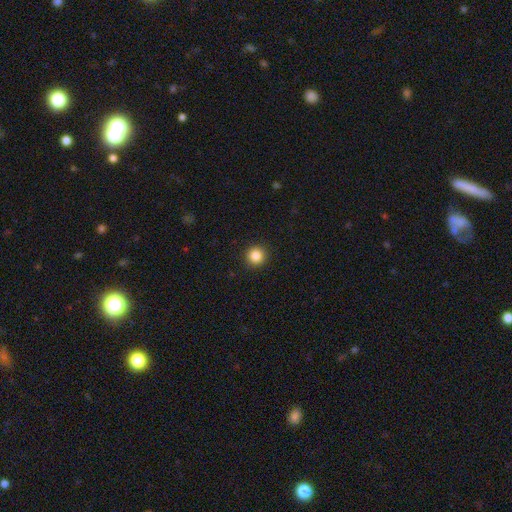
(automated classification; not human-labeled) The model was most divided on "smooth or featured": smooth: 85%, star or artifact: 11%, featured or disk: 4%. More confident: how rounded — round (96%); merging — none (93%).